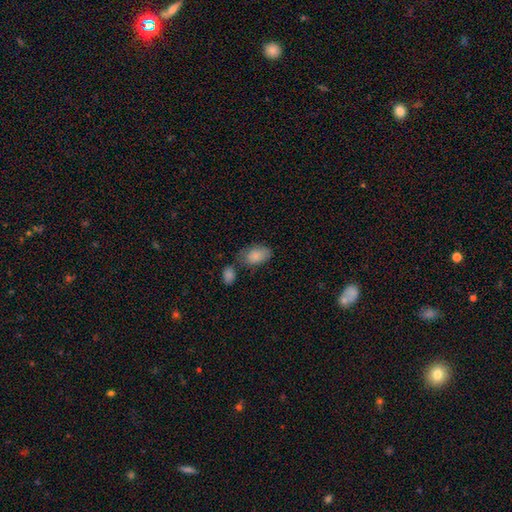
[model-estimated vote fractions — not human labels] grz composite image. It shows a smooth galaxy with no disk features (85%) that is in between round and cigar-shaped (92%). Merging: none (52%).